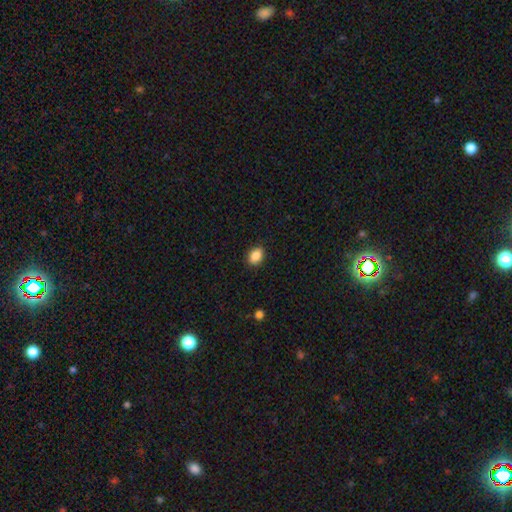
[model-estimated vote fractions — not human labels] This is clearly a smooth galaxy (88%). How rounded: likely in between (75%). Merging: clearly none (89%).